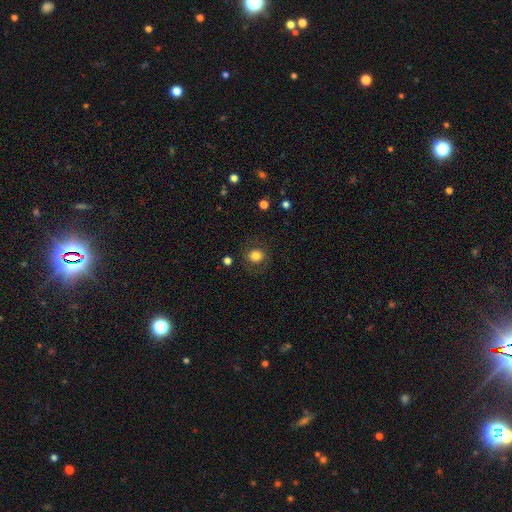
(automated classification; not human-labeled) This appears to be a smooth galaxy with no disk features (79%) that is round (77%). Merging: none (82%).